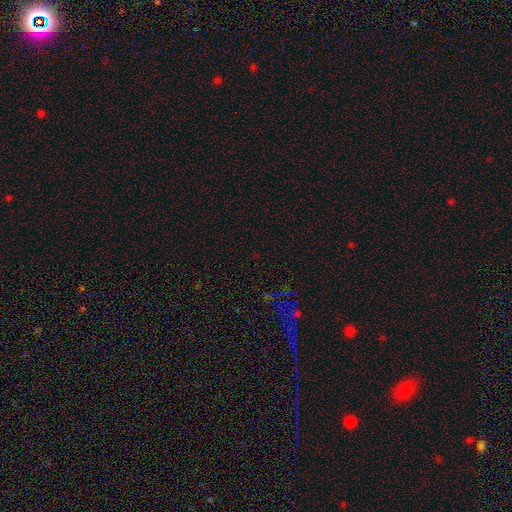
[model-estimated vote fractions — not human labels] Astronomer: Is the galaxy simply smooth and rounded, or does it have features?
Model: star or artifact — 73%.